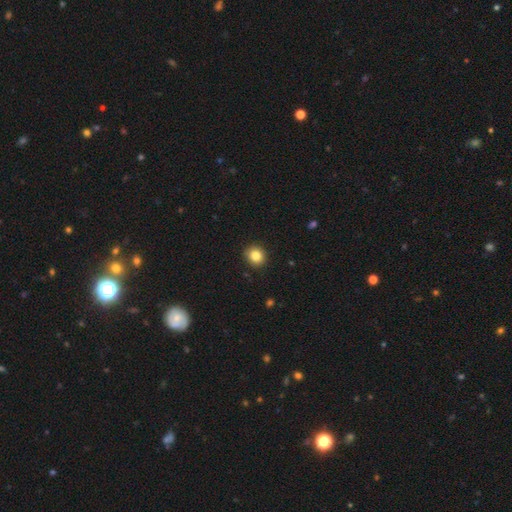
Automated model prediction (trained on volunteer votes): A smooth galaxy with no disk features (85%) that is round (80%). Merging: none (91%).